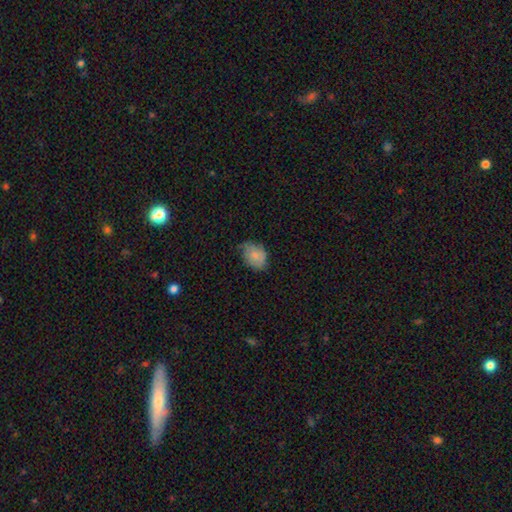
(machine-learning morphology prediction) A smooth galaxy with no disk features (77%) that is in between round and cigar-shaped (74%). Merging: none (55%).